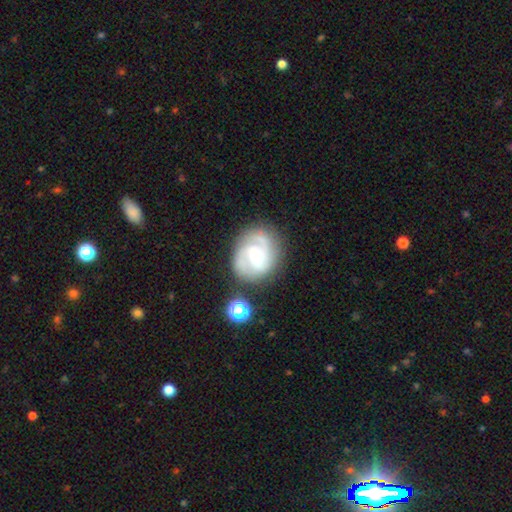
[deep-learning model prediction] Smooth or featured? Predicted: featured or disk (p=0.78). Edge-on disk? Predicted: no (p=0.97). Bar? Predicted: no (p=0.53). Spiral arms? Predicted: yes (p=0.93). Spiral winding? Predicted: medium (p=0.45). Spiral arm count? Predicted: 2 (p=0.48). Bulge size? Predicted: moderate (p=0.56). Merging? Predicted: none (p=0.69).